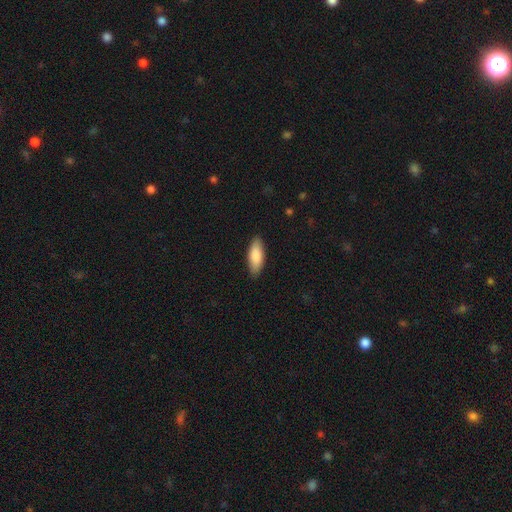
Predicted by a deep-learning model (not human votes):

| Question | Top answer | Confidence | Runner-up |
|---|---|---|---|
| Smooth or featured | smooth | 86% | featured or disk (8%) |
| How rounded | in between | 76% | cigar-shaped (22%) |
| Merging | none | 87% | minor disturbance (10%) |